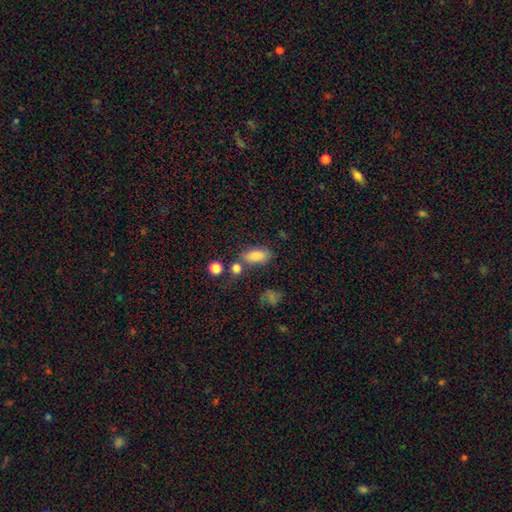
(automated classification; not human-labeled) smooth-or-featured: smooth: 81% | star or artifact: 10% | featured or disk: 9%
  how-rounded: in between: 84% | cigar-shaped: 10% | round: 6%
  merging: none: 66% | minor disturbance: 15% | merger: 13% | major disturbance: 5%